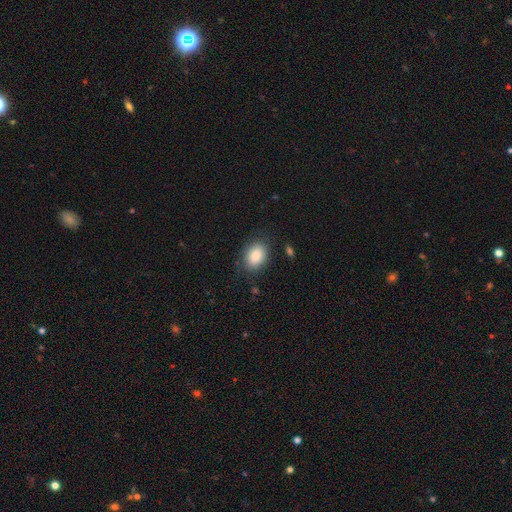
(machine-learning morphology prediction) This appears to be a smooth galaxy with no disk features (88%) that is in between round and cigar-shaped (77%). Merging: none (81%).